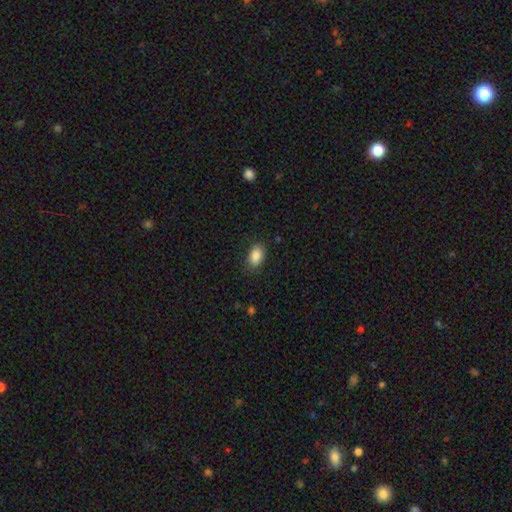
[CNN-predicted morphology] Smooth or featured?
  - smooth: 87% *
  - star or artifact: 8%
  - featured or disk: 5%
How rounded?
  - in between: 86% *
  - round: 12%
  - cigar-shaped: 1%
Merging?
  - none: 84% *
  - minor disturbance: 12%
  - major disturbance: 3%
  - merger: 1%